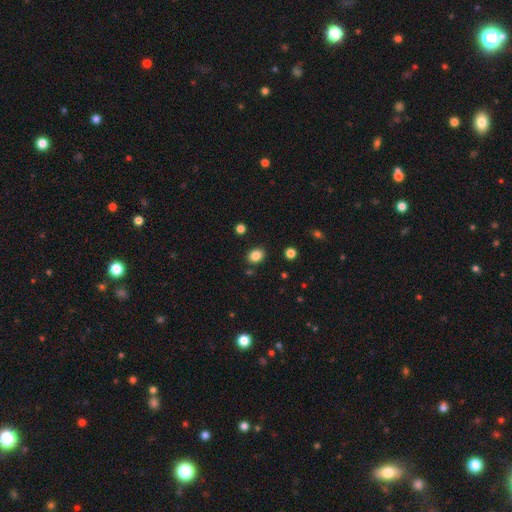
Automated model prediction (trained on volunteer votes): Smooth or featured? Predicted: smooth (p=0.85). How rounded? Predicted: in between (p=0.51). Merging? Predicted: none (p=0.87).